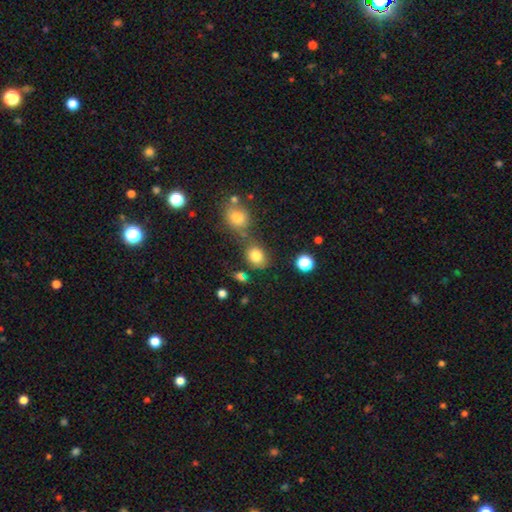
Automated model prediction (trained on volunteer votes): Smooth or featured: smooth — 80% (star or artifact — 13%)
How rounded: in between — 50% (round — 49%)
Merging: none — 63% (merger — 18%)